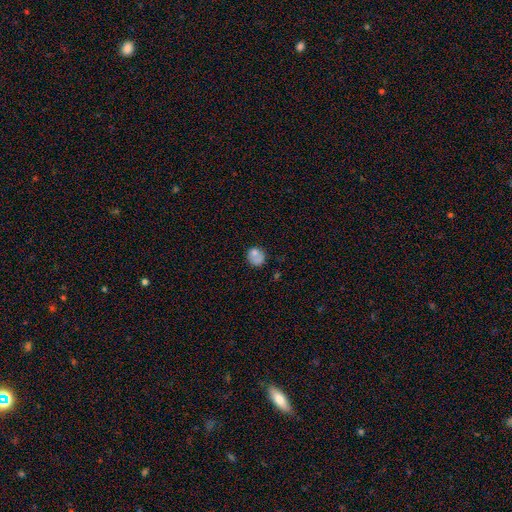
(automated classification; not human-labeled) Morphology: type=smooth (74%); roundness=round (79%); merging=none (61%).